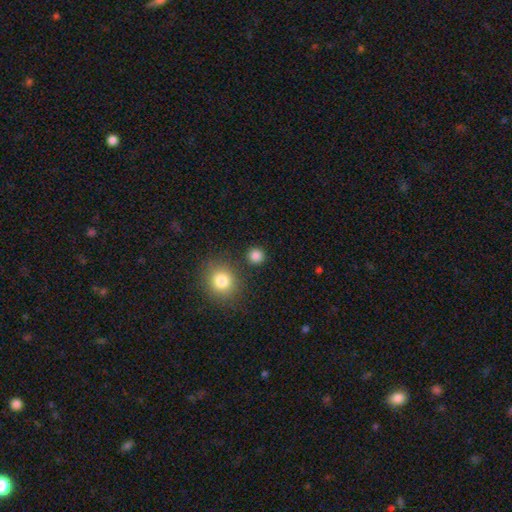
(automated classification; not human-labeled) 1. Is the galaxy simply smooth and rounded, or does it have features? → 85% smooth, 12% star or artifact, 3% featured or disk.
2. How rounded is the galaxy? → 93% round, 6% in between, 1% cigar-shaped.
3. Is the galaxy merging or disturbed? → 88% none, 5% minor disturbance, 4% merger, 2% major disturbance.